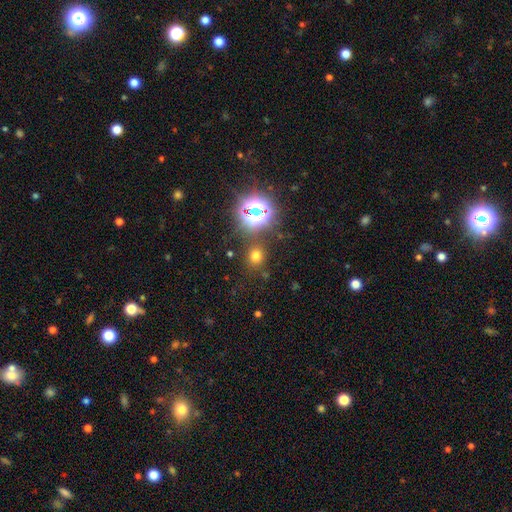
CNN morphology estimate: Q: Smooth or featured?
A: smooth (64%); runner-up: star or artifact (29%)
Q: How rounded?
A: round (83%); runner-up: in between (16%)
Q: Merging?
A: none (83%); runner-up: minor disturbance (8%)